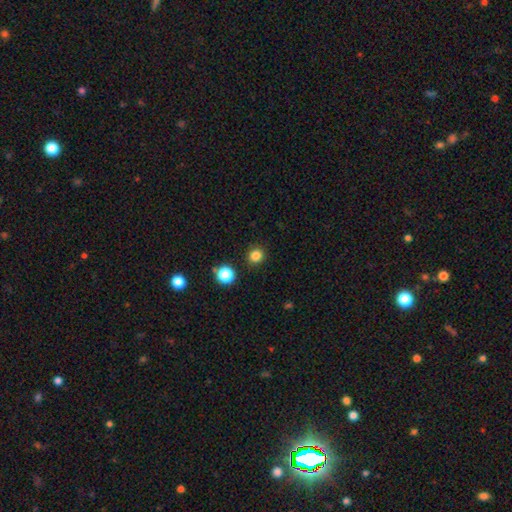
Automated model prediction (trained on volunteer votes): Q: Smooth or featured?
A: smooth (83%); runner-up: star or artifact (14%)
Q: How rounded?
A: round (90%); runner-up: in between (9%)
Q: Merging?
A: none (90%); runner-up: minor disturbance (5%)